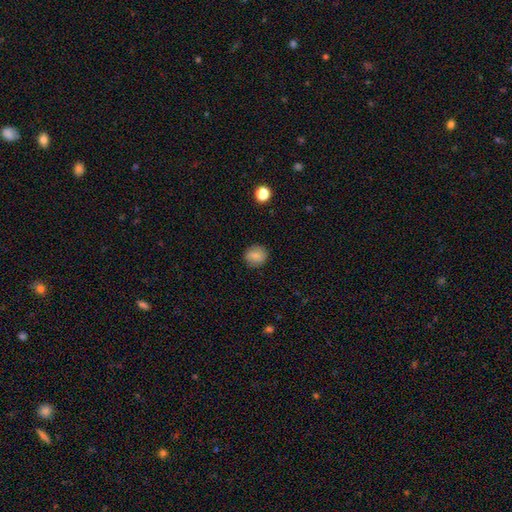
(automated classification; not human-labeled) A smooth galaxy with no disk features (83%) that is round (77%). Merging: none (86%).